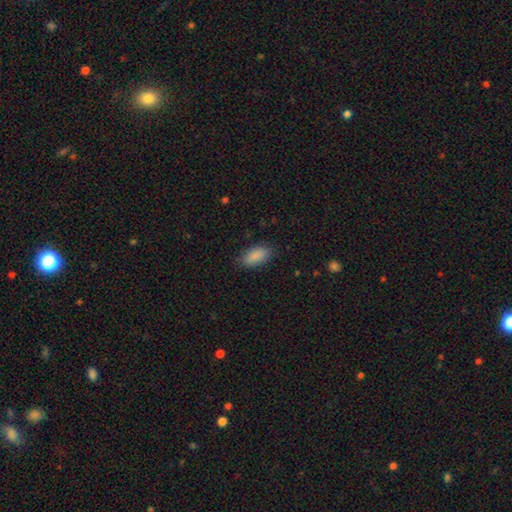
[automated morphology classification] This is clearly a smooth galaxy (89%). How rounded: clearly in between (88%). Merging: clearly none (85%).